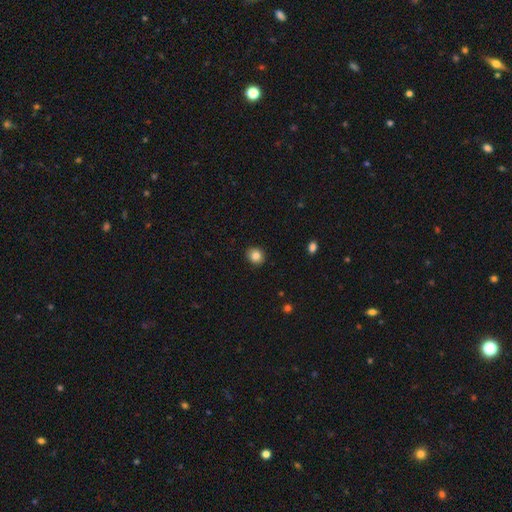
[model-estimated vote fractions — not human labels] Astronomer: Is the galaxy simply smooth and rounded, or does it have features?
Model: smooth — 85%.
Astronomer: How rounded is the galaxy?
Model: round — 74%.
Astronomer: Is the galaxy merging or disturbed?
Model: none — 89%.